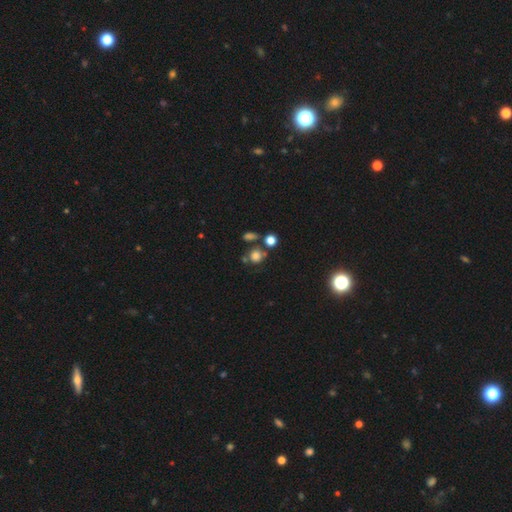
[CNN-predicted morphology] A smooth galaxy with no disk features (73%) that is round (83%).

Vote fractions:
- Smooth or featured? smooth: 73% / star or artifact: 17% / featured or disk: 10%
- How rounded? round: 83% / in between: 16% / cigar-shaped: 1%
- Merging? none: 61% / merger: 20% / minor disturbance: 12% / major disturbance: 6%